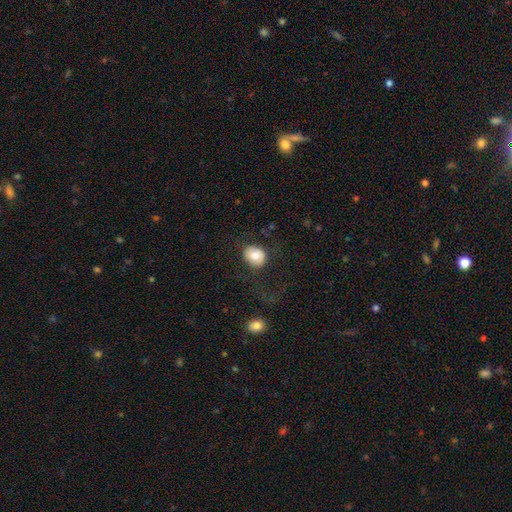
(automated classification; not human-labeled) Smooth or featured?
  - smooth: 78% *
  - featured or disk: 13%
  - star or artifact: 9%
How rounded?
  - round: 61% *
  - in between: 39%
  - cigar-shaped: 1%
Merging?
  - none: 73% *
  - minor disturbance: 14%
  - major disturbance: 11%
  - merger: 2%